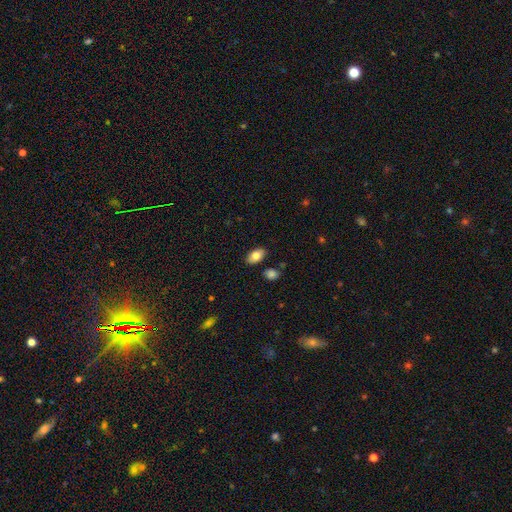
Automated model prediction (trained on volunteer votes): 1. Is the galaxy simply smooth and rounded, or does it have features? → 81% smooth, 11% featured or disk, 7% star or artifact.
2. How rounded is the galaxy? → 93% in between, 5% round, 2% cigar-shaped.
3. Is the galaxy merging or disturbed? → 84% none, 10% minor disturbance, 3% merger, 2% major disturbance.